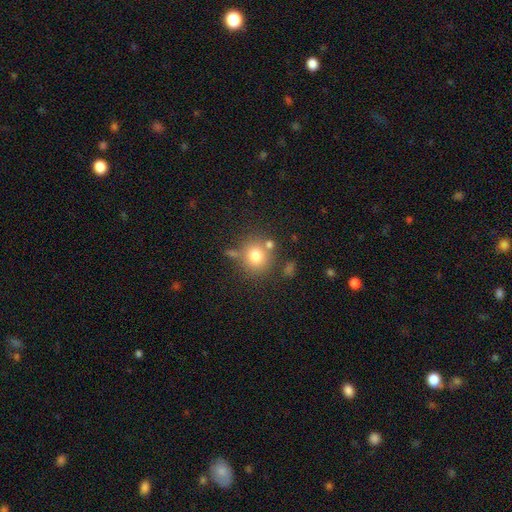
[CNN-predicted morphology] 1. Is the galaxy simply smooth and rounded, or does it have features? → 76% smooth, 12% featured or disk, 12% star or artifact.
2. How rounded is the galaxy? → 88% round, 11% in between, 1% cigar-shaped.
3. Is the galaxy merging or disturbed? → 70% none, 13% merger, 12% minor disturbance, 5% major disturbance.